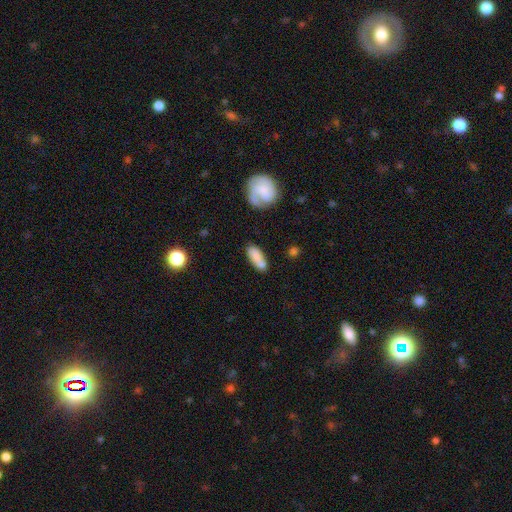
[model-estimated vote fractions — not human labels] Morphology: type=smooth (78%); roundness=in between (74%); merging=none (53%).